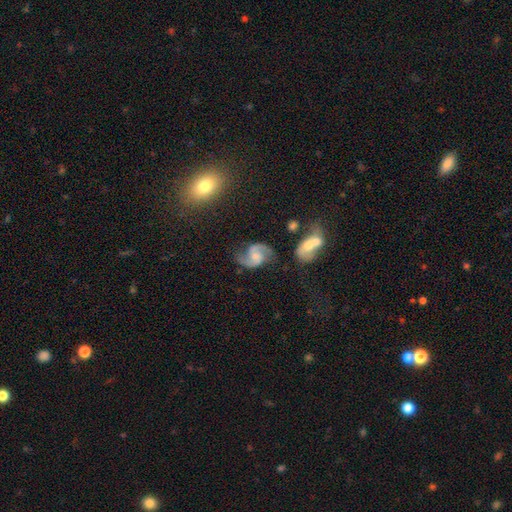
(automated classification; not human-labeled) featured or disk 88%, smooth 7%, star or artifact 5%. Down the decision tree: edge-on disk — no (98%); bar — no (51%); spiral arms — yes (97%); spiral arm count — 2 (93%); spiral winding — medium (50%); bulge size — moderate (38%); merging — none (69%).